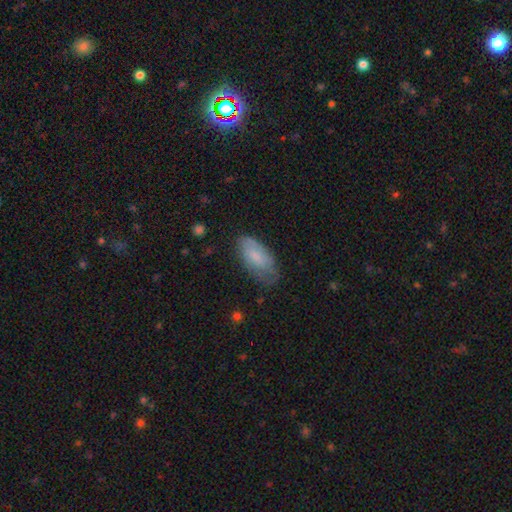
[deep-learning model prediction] Q: Smooth or featured?
A: smooth (74%); runner-up: featured or disk (20%)
Q: How rounded?
A: in between (91%); runner-up: cigar-shaped (7%)
Q: Merging?
A: none (61%); runner-up: minor disturbance (30%)